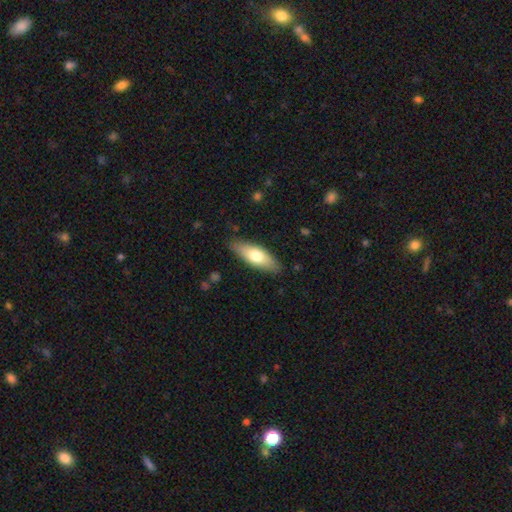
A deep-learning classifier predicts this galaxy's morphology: Smooth or featured?
  - smooth: 66% *
  - featured or disk: 28%
  - star or artifact: 6%
How rounded?
  - in between: 66% *
  - cigar-shaped: 32%
  - round: 2%
Merging?
  - none: 86% *
  - minor disturbance: 11%
  - major disturbance: 2%
  - merger: 1%